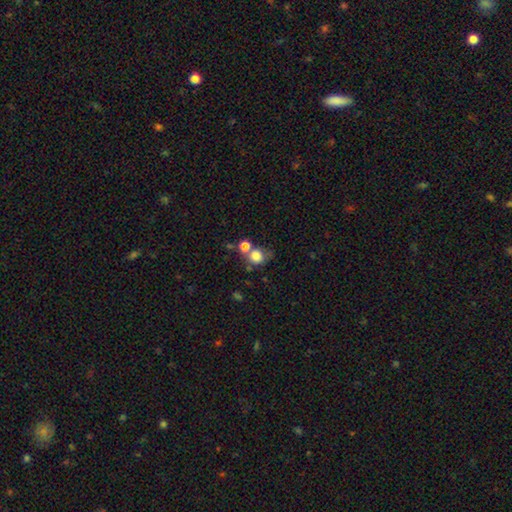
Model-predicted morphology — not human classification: Smooth or featured: smooth — 79% (star or artifact — 12%)
How rounded: round — 82% (in between — 17%)
Merging: none — 50% (merger — 29%)